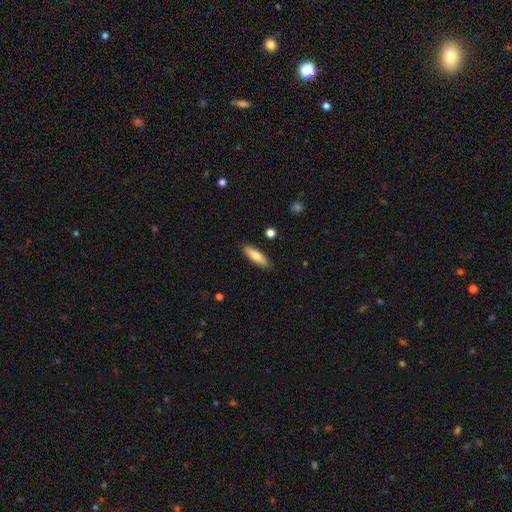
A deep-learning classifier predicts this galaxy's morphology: type=smooth (71%); roundness=cigar-shaped (61%); merging=none (88%).